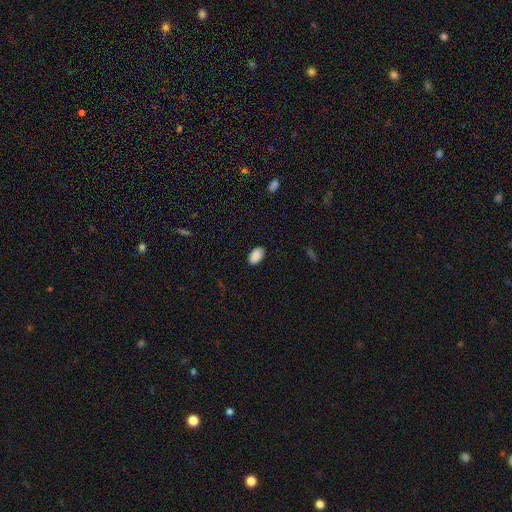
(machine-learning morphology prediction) Q: Smooth or featured?
A: smooth (90%); runner-up: star or artifact (7%)
Q: How rounded?
A: in between (93%); runner-up: round (5%)
Q: Merging?
A: none (87%); runner-up: minor disturbance (10%)